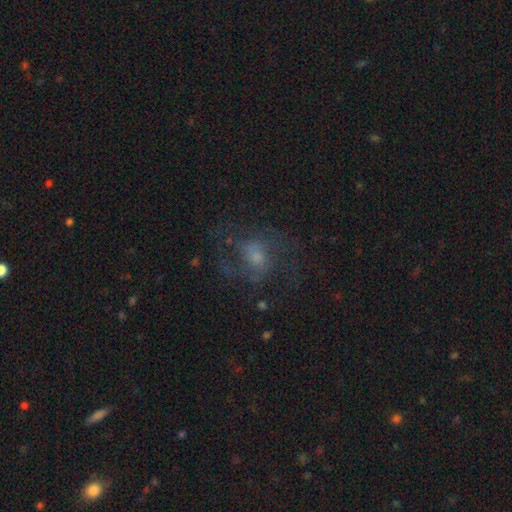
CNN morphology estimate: Smooth or featured?
  - featured or disk: 56% *
  - smooth: 30%
  - star or artifact: 14%
Edge-on disk?
  - no: 97% *
  - yes: 3%
Bar?
  - no: 63% *
  - weak: 31%
  - strong: 6%
Spiral arms?
  - yes: 67% *
  - no: 33%
Bulge size?
  - small: 42% *
  - moderate: 38%
  - none: 11%
  - large: 7%
  - dominant: 2%
Merging?
  - none: 53% *
  - major disturbance: 27%
  - minor disturbance: 18%
  - merger: 2%